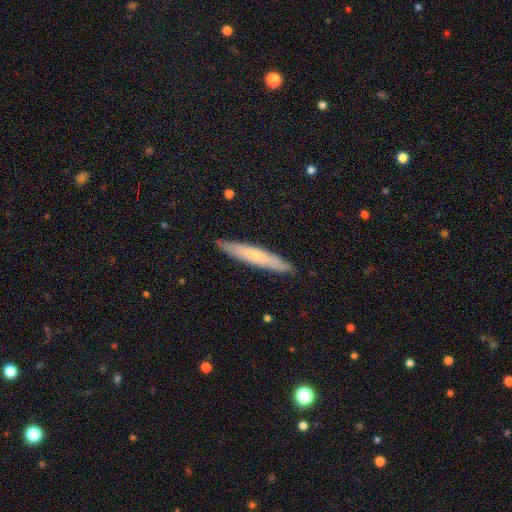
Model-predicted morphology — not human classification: Smooth or featured? Predicted: smooth (p=0.60). How rounded? Predicted: cigar-shaped (p=0.93). Merging? Predicted: none (p=0.90).